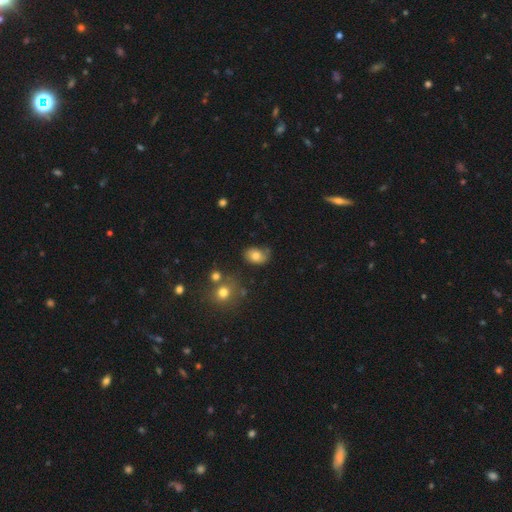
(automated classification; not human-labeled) A smooth galaxy with no disk features (75%) that is in between round and cigar-shaped (78%).

Vote fractions:
- Smooth or featured? smooth: 75% / featured or disk: 15% / star or artifact: 10%
- How rounded? in between: 78% / round: 20% / cigar-shaped: 1%
- Merging? none: 61% / minor disturbance: 26% / major disturbance: 8% / merger: 5%